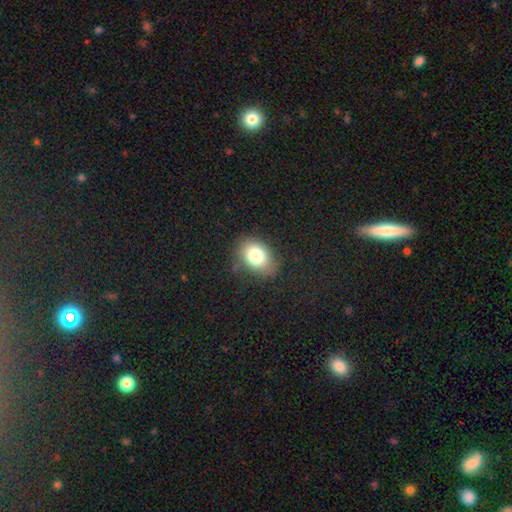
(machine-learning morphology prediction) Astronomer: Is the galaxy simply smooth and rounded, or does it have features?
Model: smooth — 80%.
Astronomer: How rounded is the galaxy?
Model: in between — 77%.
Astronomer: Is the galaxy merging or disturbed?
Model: none — 76%.